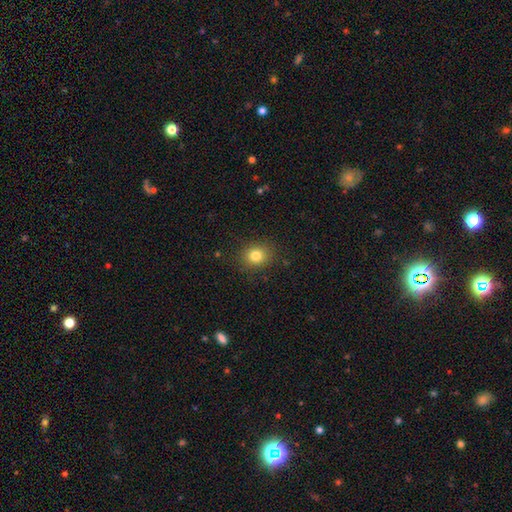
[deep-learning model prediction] A smooth galaxy with no disk features (81%) that is round (73%).

Vote fractions:
- Smooth or featured? smooth: 81% / star or artifact: 12% / featured or disk: 7%
- How rounded? round: 73% / in between: 26% / cigar-shaped: 1%
- Merging? none: 87% / minor disturbance: 9% / major disturbance: 3% / merger: 1%